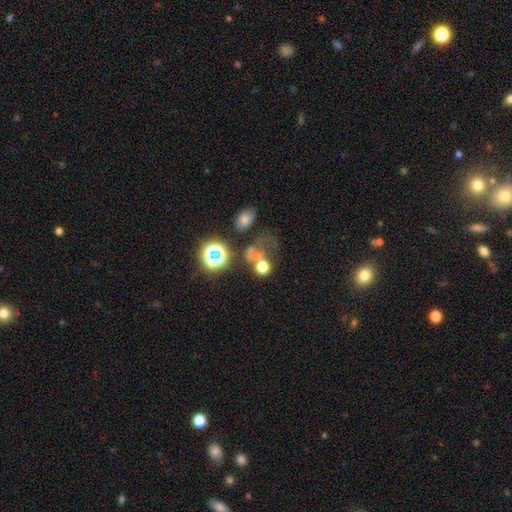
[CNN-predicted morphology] type=smooth (52%); roundness=round (62%); merging=none (34%).